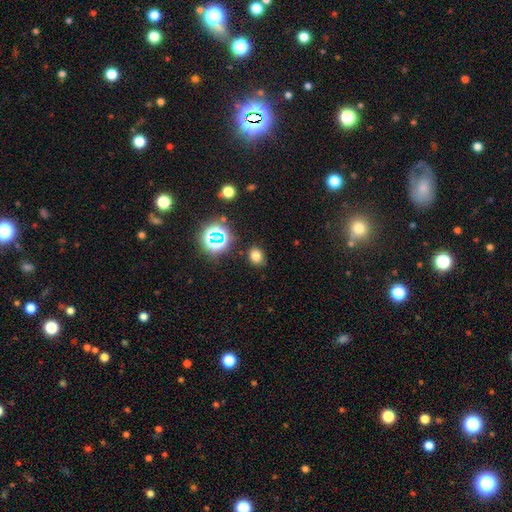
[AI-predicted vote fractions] A smooth galaxy with no disk features (72%) that is round (53%).

Vote fractions:
- Smooth or featured? smooth: 72% / star or artifact: 21% / featured or disk: 7%
- How rounded? round: 53% / in between: 46% / cigar-shaped: 1%
- Merging? none: 84% / minor disturbance: 11% / major disturbance: 3% / merger: 2%